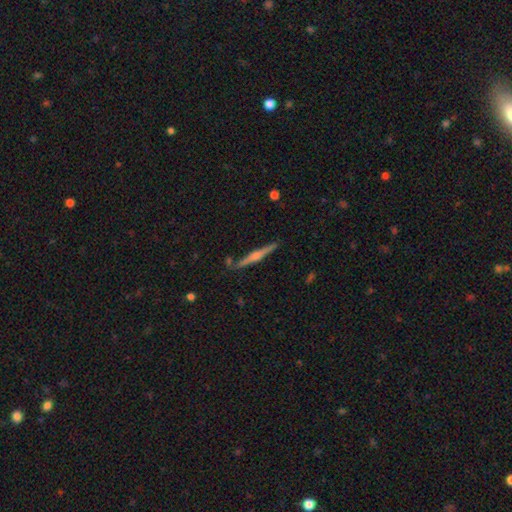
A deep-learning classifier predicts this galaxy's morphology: featured or disk 79%, smooth 15%, star or artifact 6%. Down the decision tree: edge-on disk — yes (98%); edge-on bulge — rounded (83%); merging — none (88%).